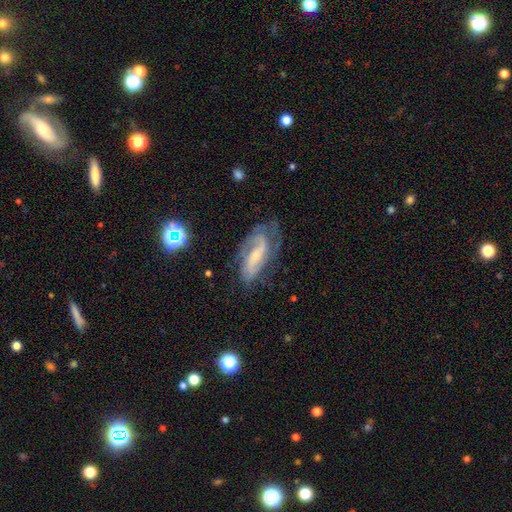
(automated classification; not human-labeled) A featured or disk galaxy (77%) with a weak bar (41%), 2 (63%) medium (44%) spiral arms (91%) and a small central bulge (63%). Merging: none (60%).